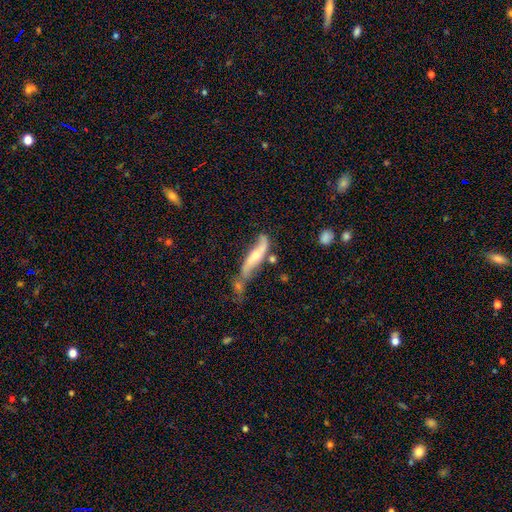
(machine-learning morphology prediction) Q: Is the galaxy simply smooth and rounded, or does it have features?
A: featured or disk — 62%.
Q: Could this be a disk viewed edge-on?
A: no — 56%.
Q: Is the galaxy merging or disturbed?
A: none — 36%.